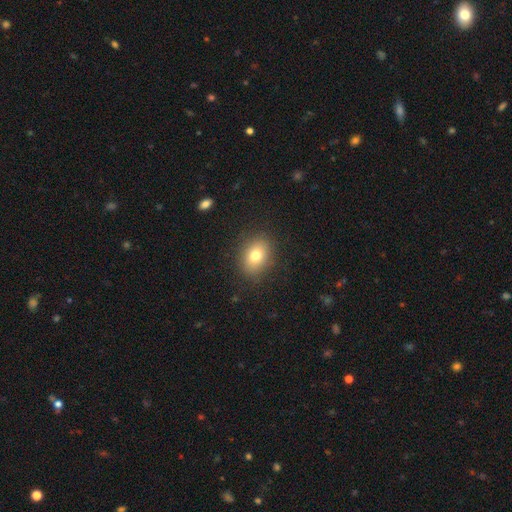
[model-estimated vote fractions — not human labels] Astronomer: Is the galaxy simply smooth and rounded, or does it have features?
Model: smooth — 76%.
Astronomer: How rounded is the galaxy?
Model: in between — 61% (runner-up: round, 38%).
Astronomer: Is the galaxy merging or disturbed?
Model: none — 87%.